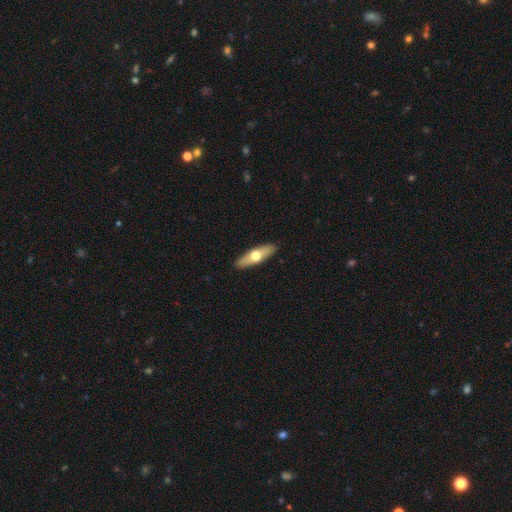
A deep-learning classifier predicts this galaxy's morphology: The model was most divided on "how rounded": cigar-shaped: 53%, in between: 44%, round: 3%. More confident: merging — none (91%); smooth or featured — smooth (54%).